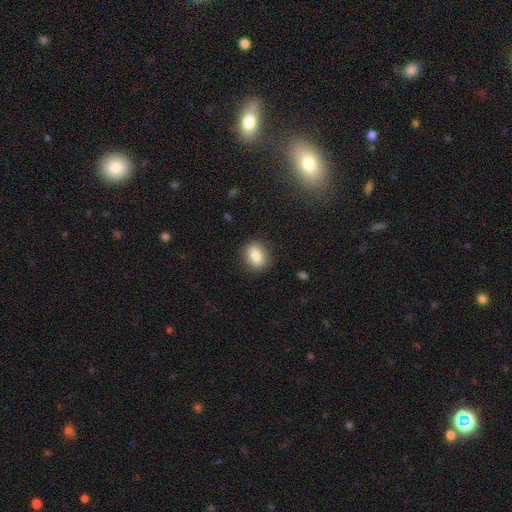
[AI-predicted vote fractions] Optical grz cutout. It shows a smooth galaxy with no disk features (82%) that is in between round and cigar-shaped (54%). Merging: none (87%).